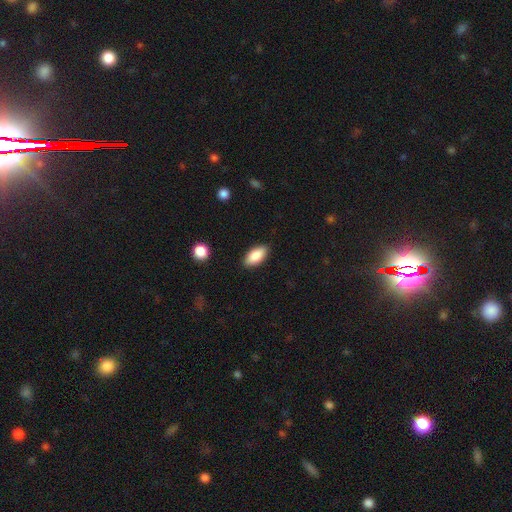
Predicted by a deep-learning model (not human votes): A smooth galaxy with no disk features (86%) that is in between round and cigar-shaped (90%). Merging: none (87%).